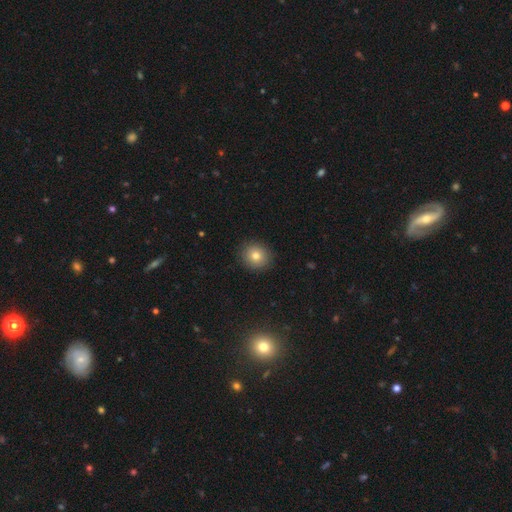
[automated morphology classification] Smooth or featured?
  - smooth: 79% *
  - star or artifact: 11%
  - featured or disk: 10%
How rounded?
  - round: 88% *
  - in between: 11%
  - cigar-shaped: 1%
Merging?
  - none: 90% *
  - minor disturbance: 7%
  - major disturbance: 2%
  - merger: 1%